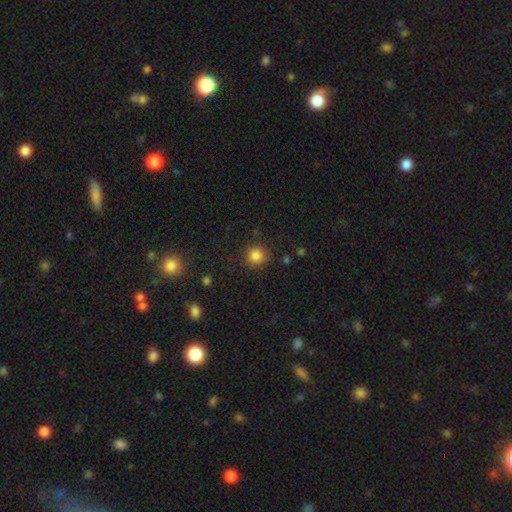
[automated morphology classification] Smooth or featured? Predicted: smooth (p=0.84). How rounded? Predicted: round (p=0.93). Merging? Predicted: none (p=0.88).